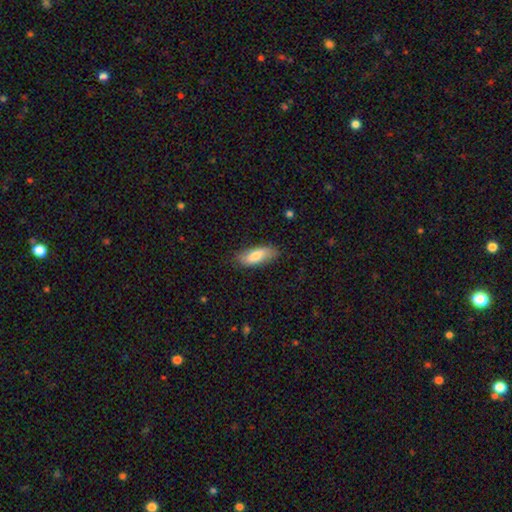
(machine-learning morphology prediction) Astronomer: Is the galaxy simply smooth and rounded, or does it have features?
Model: smooth — 77%.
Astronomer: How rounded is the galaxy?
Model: in between — 77%.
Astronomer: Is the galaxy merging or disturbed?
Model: none — 78%.